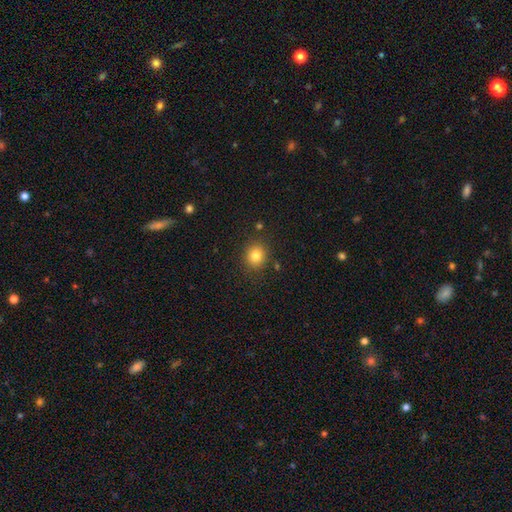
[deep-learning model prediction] Morphology: type=smooth (81%); roundness=round (80%); merging=none (86%).